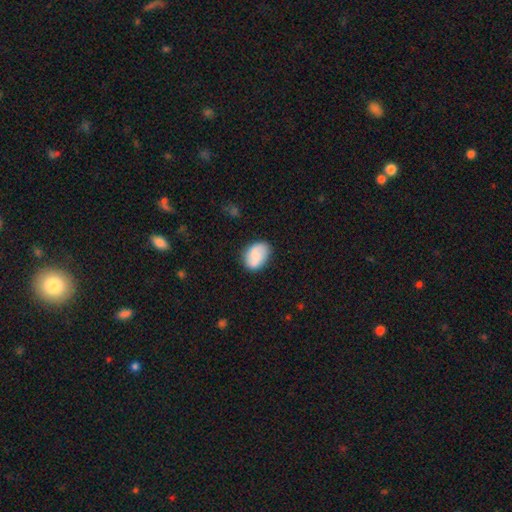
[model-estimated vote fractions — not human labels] This appears to be a smooth galaxy with no disk features (67%) that is in between round and cigar-shaped (78%). Merging: none (78%).